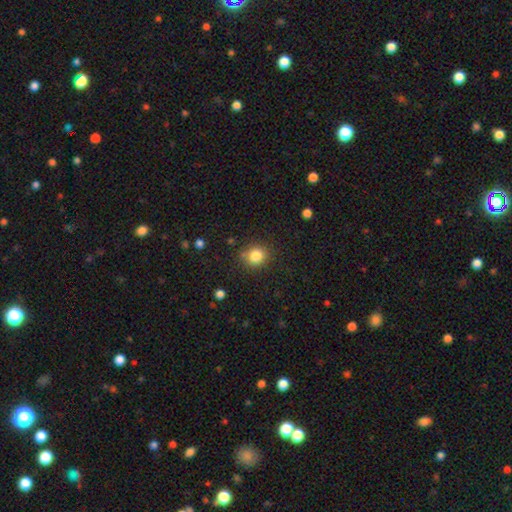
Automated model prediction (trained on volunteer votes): Overall: smooth (83%). How rounded: round (76%). Merging: none (77%).